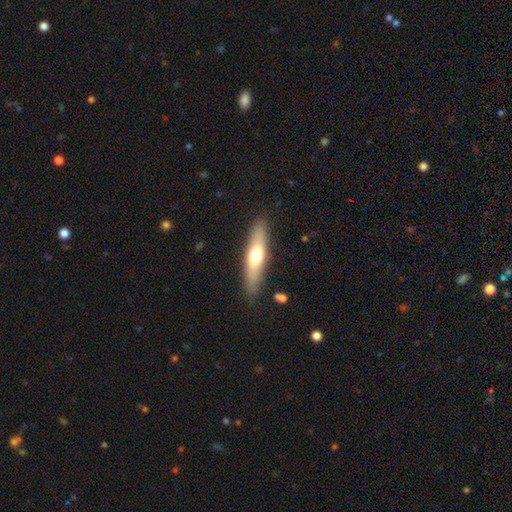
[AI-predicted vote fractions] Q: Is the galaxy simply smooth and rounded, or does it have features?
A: smooth — 55%.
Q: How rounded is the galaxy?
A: cigar-shaped — 72%.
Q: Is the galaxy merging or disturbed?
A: none — 86%.